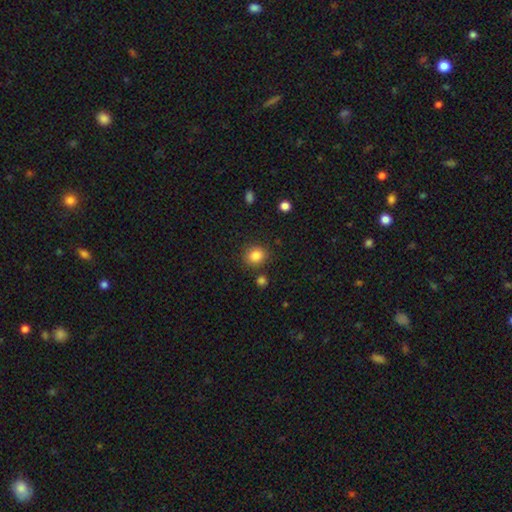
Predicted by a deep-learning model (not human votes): smooth_or_featured: smooth (p=0.85) [alt: star or artifact p=0.10]
how_rounded: round (p=0.76) [alt: in between p=0.24]
merging: none (p=0.83) [alt: minor disturbance p=0.09]